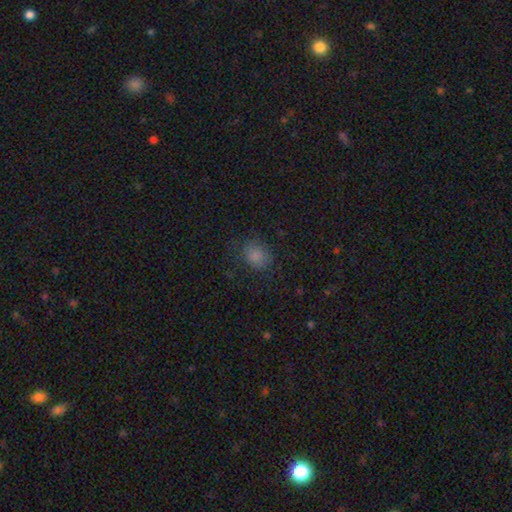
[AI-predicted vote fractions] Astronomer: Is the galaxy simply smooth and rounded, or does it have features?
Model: smooth — 82%.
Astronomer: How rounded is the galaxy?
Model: round — 51% (runner-up: in between, 48%).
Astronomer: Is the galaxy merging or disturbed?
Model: none — 75%.